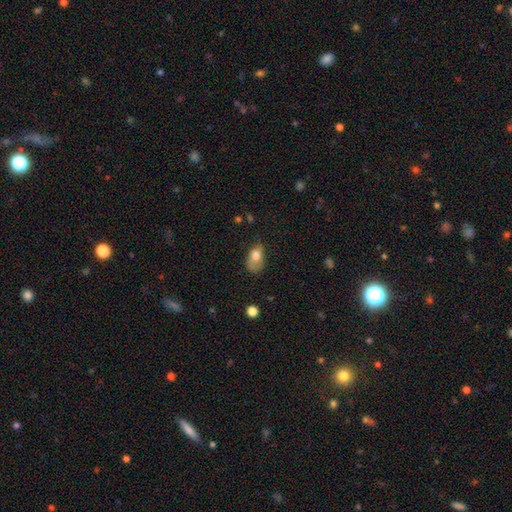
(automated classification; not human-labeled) smooth 75%, featured or disk 16%, star or artifact 9%. Down the decision tree: how rounded — in between (86%); merging — minor disturbance (37%).